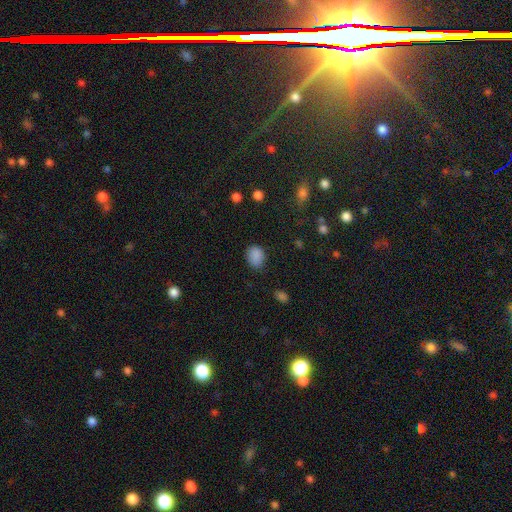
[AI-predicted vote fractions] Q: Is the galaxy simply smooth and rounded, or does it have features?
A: smooth — 86%.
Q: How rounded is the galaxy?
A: in between — 54%.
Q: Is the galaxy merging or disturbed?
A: none — 80%.